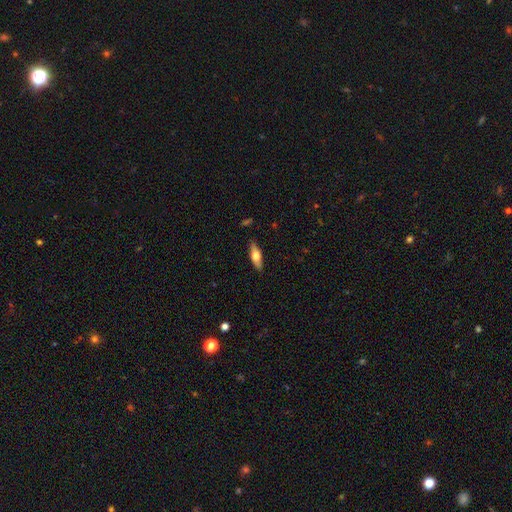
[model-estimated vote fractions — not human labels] This appears to be a smooth galaxy with no disk features (55%) that is in between round and cigar-shaped (52%). Merging: none (86%).